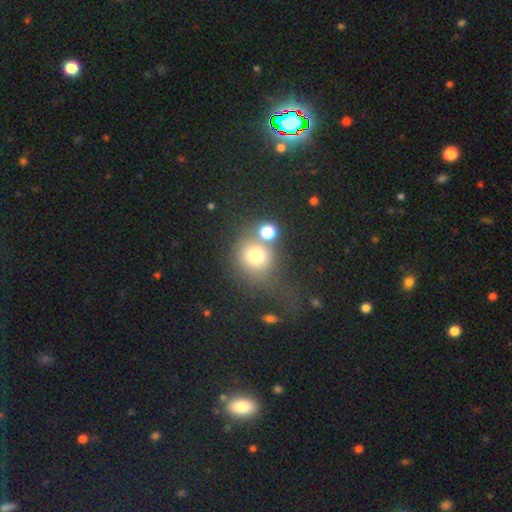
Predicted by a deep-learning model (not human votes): The model was most divided on "merging": none: 49%, merger: 29%, minor disturbance: 12%, major disturbance: 10%. More confident: how rounded — round (85%); smooth or featured — smooth (71%).